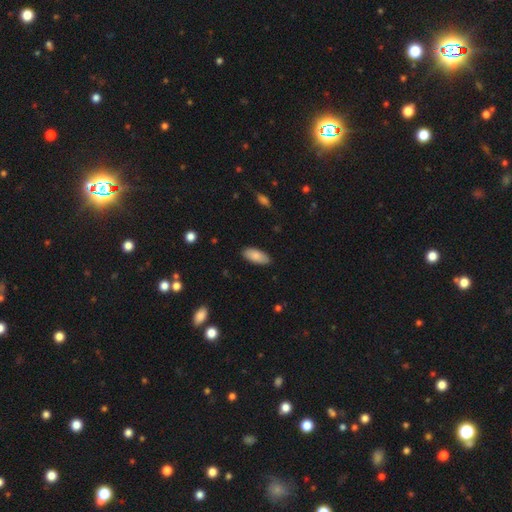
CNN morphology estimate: smooth_or_featured: smooth (p=0.86) [alt: featured or disk p=0.08]
how_rounded: in between (p=0.88) [alt: cigar-shaped p=0.10]
merging: none (p=0.87) [alt: minor disturbance p=0.10]